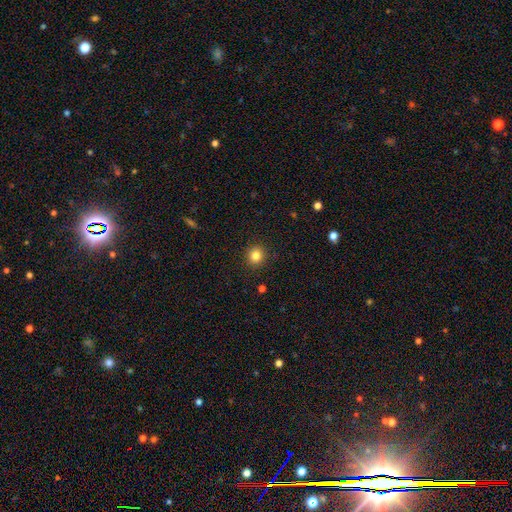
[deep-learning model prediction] The model was most divided on "smooth or featured": smooth: 83%, star or artifact: 11%, featured or disk: 6%. More confident: merging — none (92%); how rounded — round (89%).